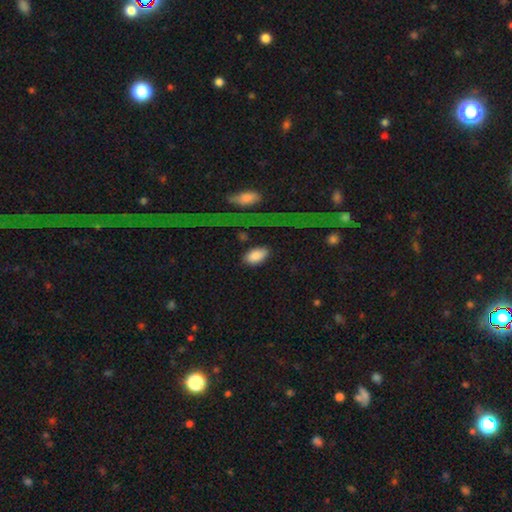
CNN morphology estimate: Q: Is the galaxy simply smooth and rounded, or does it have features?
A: smooth — 87%.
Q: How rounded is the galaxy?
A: in between — 92%.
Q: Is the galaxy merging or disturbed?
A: none — 75%.